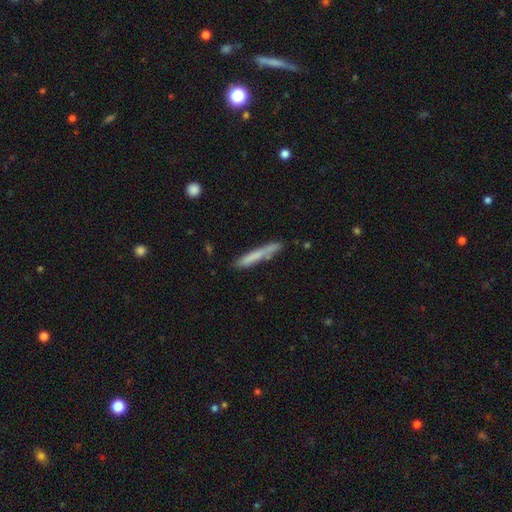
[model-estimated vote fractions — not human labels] This appears to be a smooth galaxy with no disk features (69%) that is cigar-shaped (95%). Merging: none (76%).